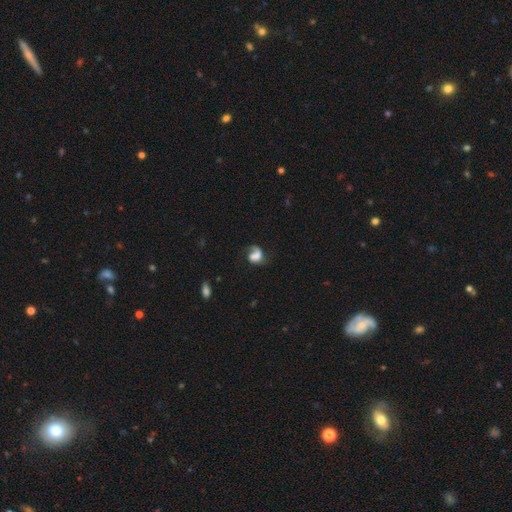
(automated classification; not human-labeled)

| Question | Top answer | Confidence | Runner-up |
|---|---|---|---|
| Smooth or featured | featured or disk | 50% | smooth (39%) |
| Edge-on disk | no | 98% | yes (2%) |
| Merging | none | 37% | major disturbance (34%) |